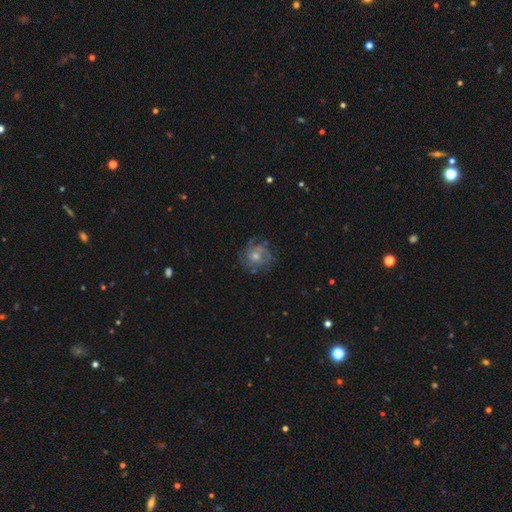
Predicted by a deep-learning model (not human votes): smooth_or_featured: featured or disk (p=0.65) [alt: smooth p=0.19]
disk_edge_on: no (p=0.97) [alt: yes p=0.03]
bar: no (p=0.76) [alt: weak p=0.21]
has_spiral_arms: yes (p=0.88) [alt: no p=0.12]
spiral_winding: tight (p=0.57) [alt: medium p=0.33]
spiral_arm_count: can't tell (p=0.41) [alt: 3 p=0.20]
bulge_size: moderate (p=0.55) [alt: small p=0.37]
merging: none (p=0.77) [alt: minor disturbance p=0.14]